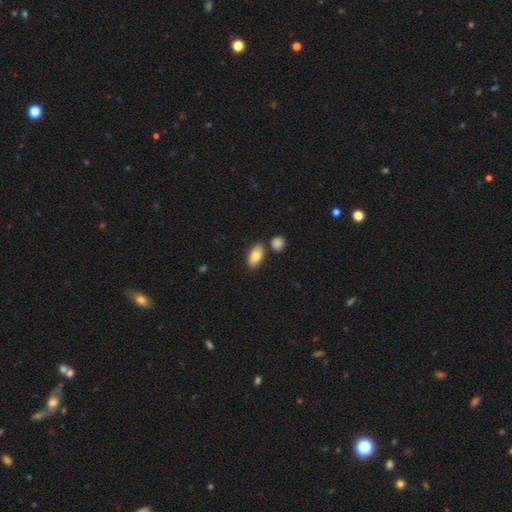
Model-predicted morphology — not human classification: smooth_or_featured: smooth (p=0.82) [alt: featured or disk p=0.11]
how_rounded: in between (p=0.90) [alt: cigar-shaped p=0.06]
merging: none (p=0.77) [alt: minor disturbance p=0.11]